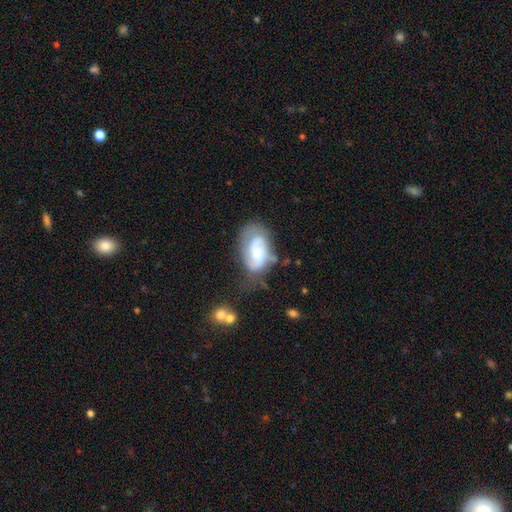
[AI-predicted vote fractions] This appears to be a featured or disk galaxy (65%) with no bar (47%), 2 (61%) medium (44%) spiral arms (84%) and a moderate central bulge (49%). Merging: none (45%).